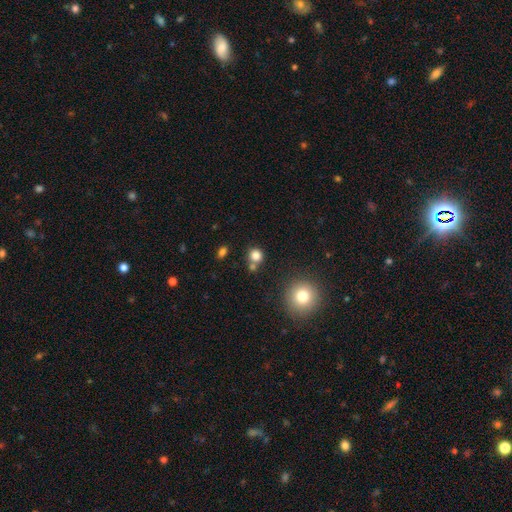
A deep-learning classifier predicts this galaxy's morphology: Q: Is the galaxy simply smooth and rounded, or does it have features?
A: smooth — 81%.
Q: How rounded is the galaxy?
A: round — 86%.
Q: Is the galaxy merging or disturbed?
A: none — 66%.